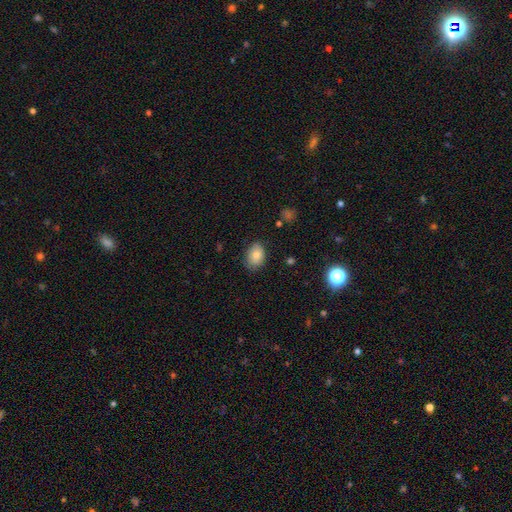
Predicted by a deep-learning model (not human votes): smooth_or_featured: smooth (p=0.81) [alt: featured or disk p=0.11]
how_rounded: in between (p=0.78) [alt: round p=0.21]
merging: none (p=0.74) [alt: minor disturbance p=0.21]